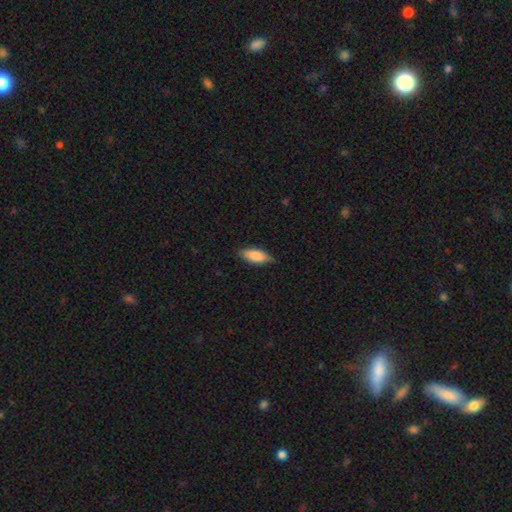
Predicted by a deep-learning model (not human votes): A smooth galaxy with no disk features (84%) that is in between round and cigar-shaped (78%).

Vote fractions:
- Smooth or featured? smooth: 84% / featured or disk: 10% / star or artifact: 6%
- How rounded? in between: 78% / cigar-shaped: 20% / round: 2%
- Merging? none: 82% / minor disturbance: 15% / major disturbance: 2% / merger: 1%